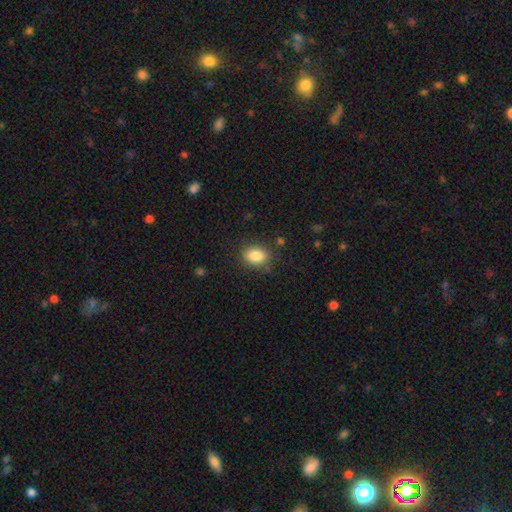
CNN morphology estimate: Smooth or featured? Predicted: smooth (p=0.85). How rounded? Predicted: in between (p=0.78). Merging? Predicted: none (p=0.83).